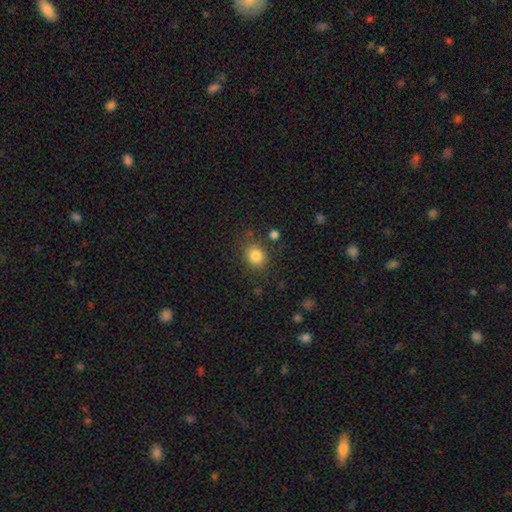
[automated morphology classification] Overall: smooth (84%). How rounded: round (61%; in between 38%). Merging: none (80%).